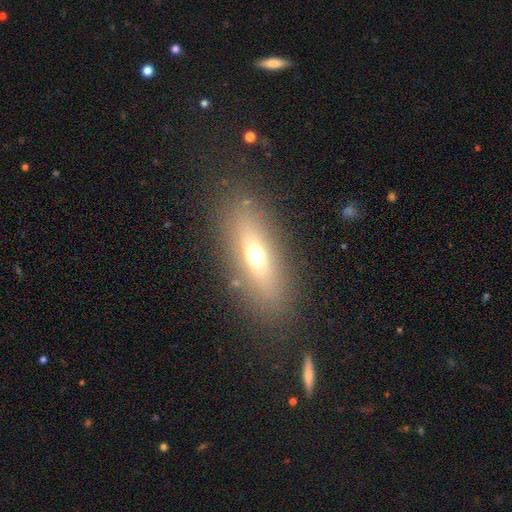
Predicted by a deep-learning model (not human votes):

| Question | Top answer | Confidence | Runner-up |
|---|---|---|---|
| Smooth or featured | smooth | 57% | featured or disk (30%) |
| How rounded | in between | 60% | cigar-shaped (34%) |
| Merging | none | 83% | minor disturbance (10%) |